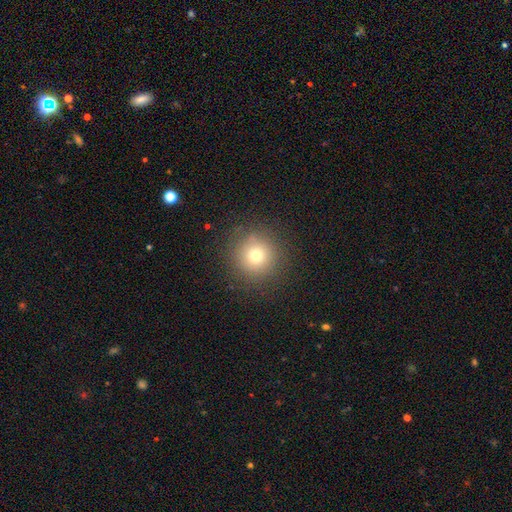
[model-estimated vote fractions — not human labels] This appears to be a smooth galaxy with no disk features (73%) that is round (95%). Merging: none (89%).